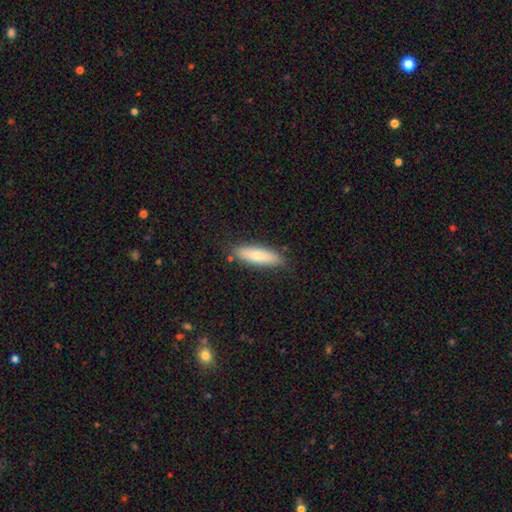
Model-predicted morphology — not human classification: smooth 79%, featured or disk 15%, star or artifact 6%. Down the decision tree: how rounded — cigar-shaped (63%); merging — none (84%).